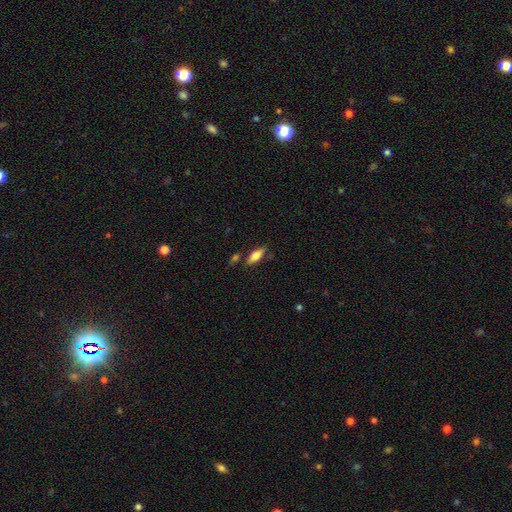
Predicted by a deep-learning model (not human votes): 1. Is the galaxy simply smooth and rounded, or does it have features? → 66% smooth, 27% featured or disk, 7% star or artifact.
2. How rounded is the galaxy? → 71% in between, 26% cigar-shaped, 3% round.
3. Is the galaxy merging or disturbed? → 74% none, 15% minor disturbance, 7% merger, 4% major disturbance.